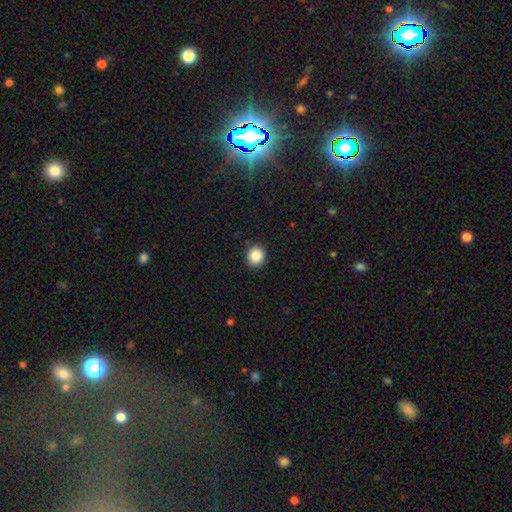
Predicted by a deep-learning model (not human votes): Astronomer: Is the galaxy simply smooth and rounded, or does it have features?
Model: smooth — 87%.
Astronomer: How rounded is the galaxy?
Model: round — 88%.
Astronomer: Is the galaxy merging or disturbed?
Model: none — 92%.